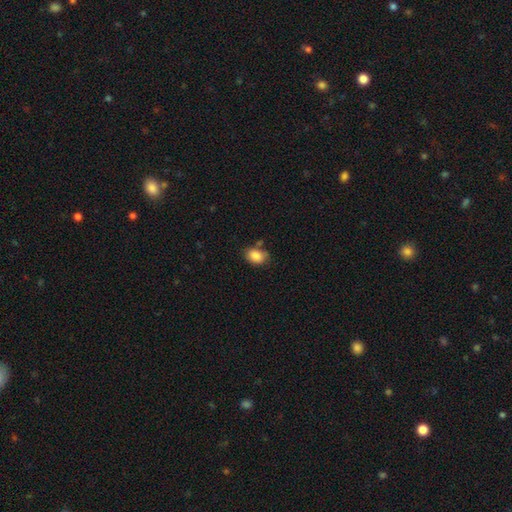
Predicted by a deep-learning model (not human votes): Smooth or featured? Predicted: smooth (p=0.87). How rounded? Predicted: in between (p=0.76). Merging? Predicted: none (p=0.70).